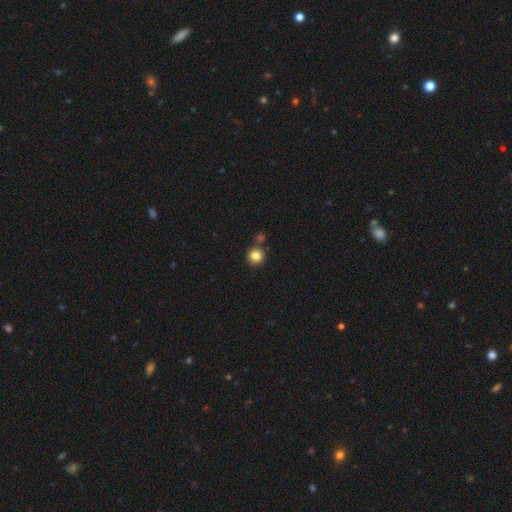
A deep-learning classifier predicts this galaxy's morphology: Smooth or featured? Predicted: smooth (p=0.83). How rounded? Predicted: round (p=0.92). Merging? Predicted: none (p=0.73).